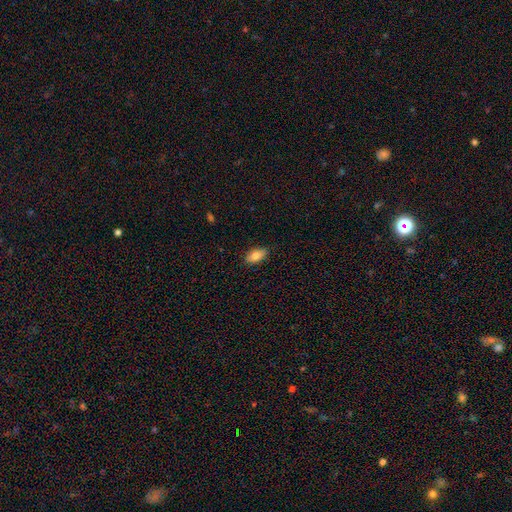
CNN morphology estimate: Smooth or featured? Predicted: smooth (p=0.83). How rounded? Predicted: in between (p=0.90). Merging? Predicted: none (p=0.86).